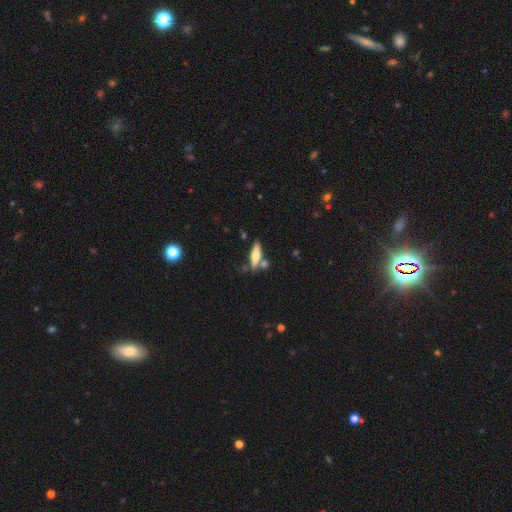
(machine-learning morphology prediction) Smooth or featured?
  - smooth: 58% *
  - featured or disk: 35%
  - star or artifact: 7%
How rounded?
  - cigar-shaped: 65% *
  - in between: 33%
  - round: 2%
Merging?
  - none: 62% *
  - merger: 18%
  - minor disturbance: 15%
  - major disturbance: 5%